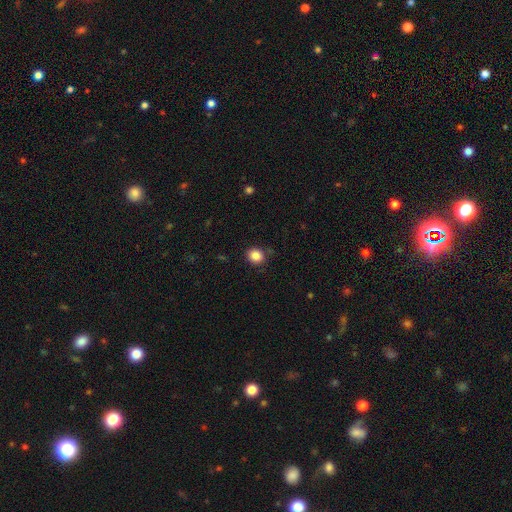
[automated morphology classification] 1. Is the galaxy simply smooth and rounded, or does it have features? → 87% smooth, 10% star or artifact, 4% featured or disk.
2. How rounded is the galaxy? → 76% round, 23% in between, 1% cigar-shaped.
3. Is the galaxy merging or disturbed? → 84% none, 11% minor disturbance, 3% major disturbance, 2% merger.